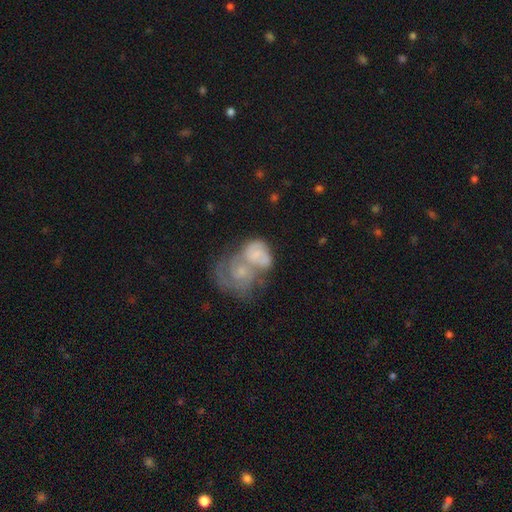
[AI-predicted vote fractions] Overall: featured or disk (59%; smooth 33%). Edge-on disk: no (97%). Bar: no (72%). Spiral arms: yes (78%). Bulge size: small (53%; moderate 26%). Merging: merger (71%).